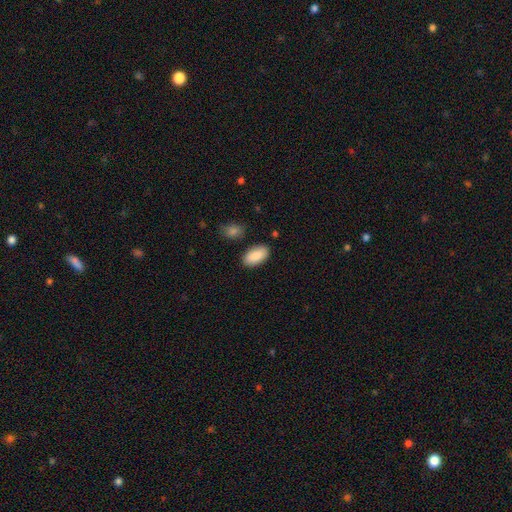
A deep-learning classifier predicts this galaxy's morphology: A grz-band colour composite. It shows a smooth galaxy with no disk features (88%) that is in between round and cigar-shaped (94%). Merging: none (85%).